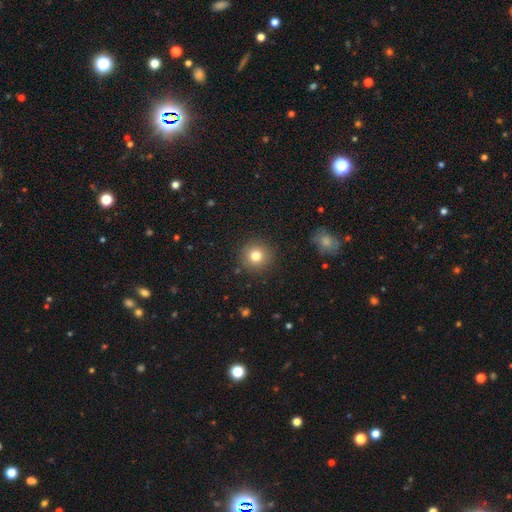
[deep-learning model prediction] This appears to be a smooth galaxy with no disk features (79%) that is round (94%). Merging: none (90%).